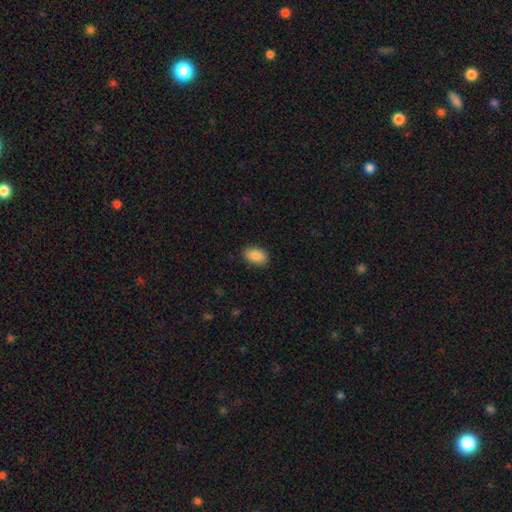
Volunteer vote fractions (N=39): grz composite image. It shows a smooth galaxy with no disk features (87%) that is in between round and cigar-shaped (85%). Merging: none (89%).